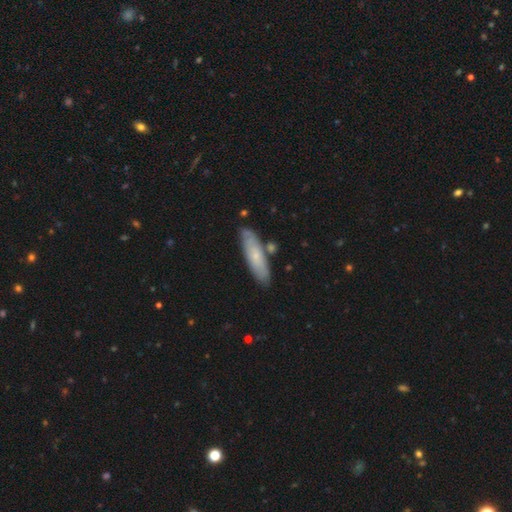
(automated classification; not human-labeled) Smooth or featured? Predicted: smooth (p=0.59). How rounded? Predicted: cigar-shaped (p=0.64). Merging? Predicted: none (p=0.78).